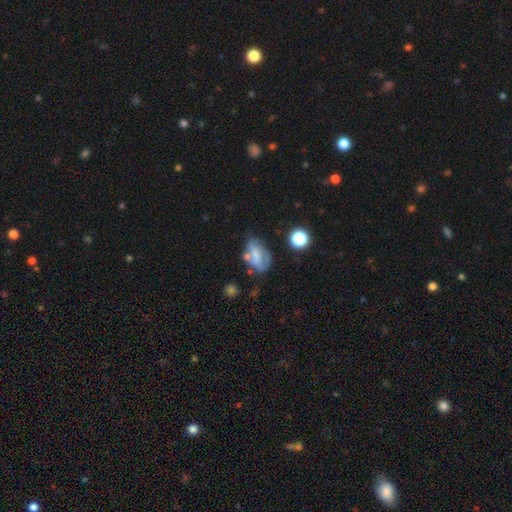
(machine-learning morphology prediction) smooth-or-featured: smooth: 47% | featured or disk: 43% | star or artifact: 10%
  merging: none: 40% | minor disturbance: 28% | major disturbance: 18% | merger: 13%